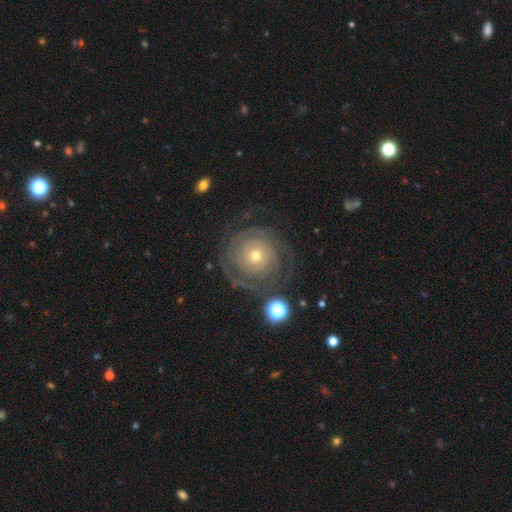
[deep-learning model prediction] A featured or disk galaxy (82%) with no bar (86%), 2 (35%) tight (81%) spiral arms (92%) and a small central bulge (58%). Merging: none (75%).